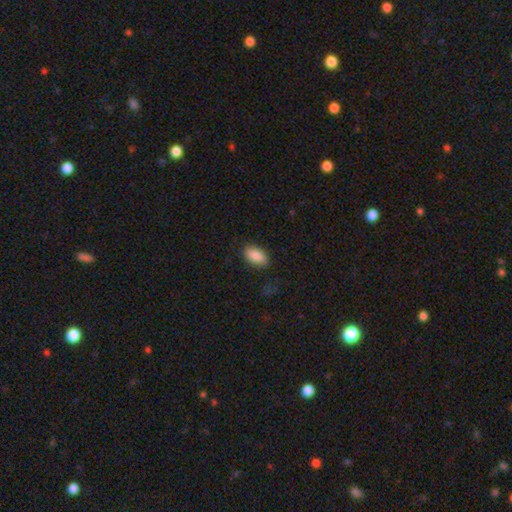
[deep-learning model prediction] This is clearly a smooth galaxy (88%). How rounded: clearly in between (93%). Merging: clearly none (84%).